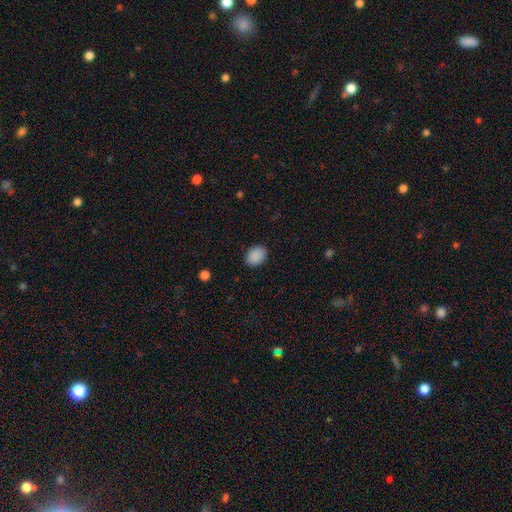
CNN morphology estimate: type=smooth (89%); roundness=in between (65%); merging=none (87%).